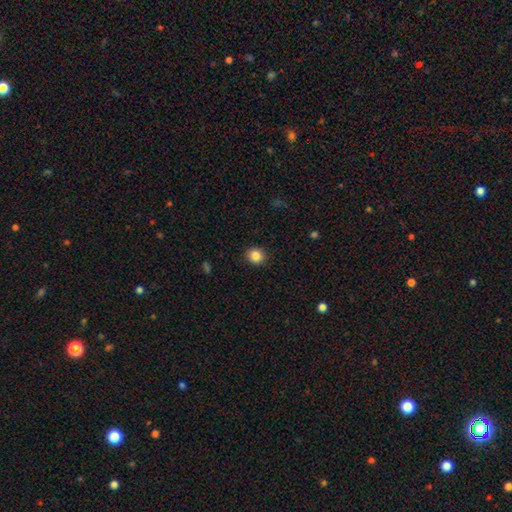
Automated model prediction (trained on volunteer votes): This is clearly a smooth galaxy (85%). How rounded: clearly round (84%). Merging: clearly none (91%).